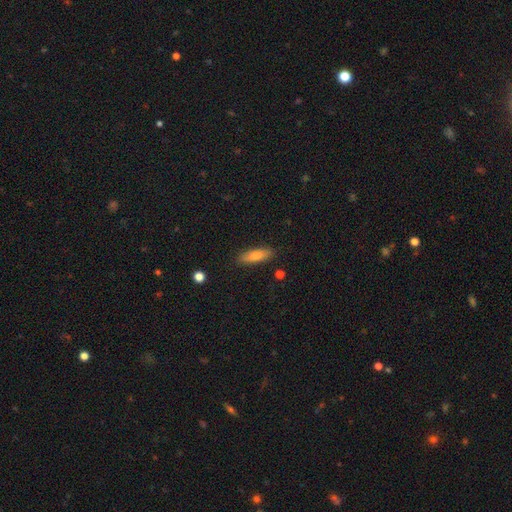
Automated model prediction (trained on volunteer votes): A smooth galaxy with no disk features (72%) that is cigar-shaped (53%). Merging: none (88%).